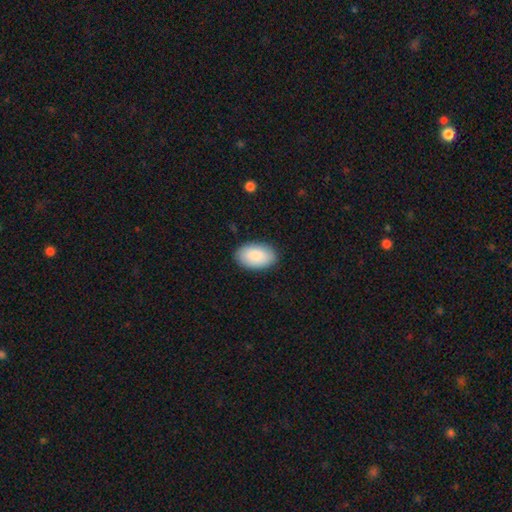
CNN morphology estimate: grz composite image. It shows a smooth galaxy with no disk features (88%) that is in between round and cigar-shaped (94%). Merging: none (88%).